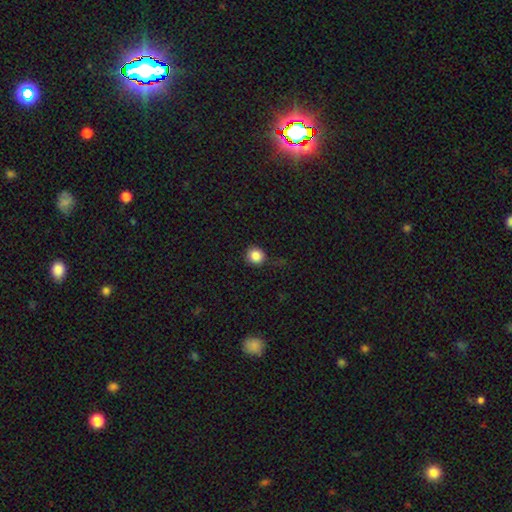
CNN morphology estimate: Smooth or featured? smooth (85%)
How rounded? round (92%)
Merging? none (80%)